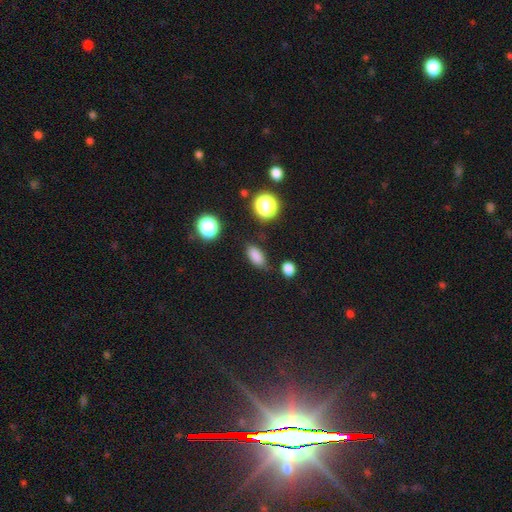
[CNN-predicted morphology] Smooth or featured? Predicted: smooth (p=0.83). How rounded? Predicted: in between (p=0.85). Merging? Predicted: none (p=0.80).